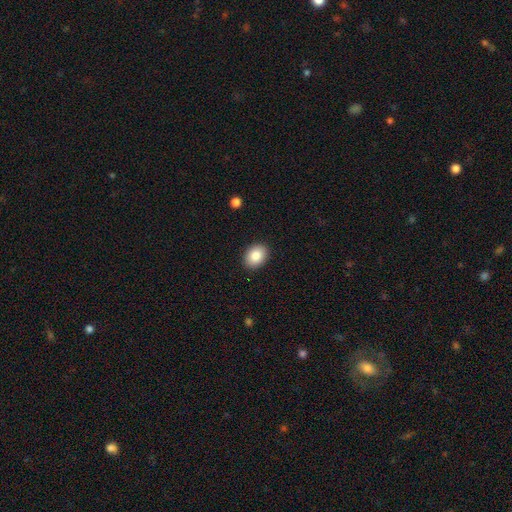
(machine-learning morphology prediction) Smooth or featured?
  - smooth: 86% *
  - star or artifact: 8%
  - featured or disk: 7%
How rounded?
  - in between: 68% *
  - round: 31%
  - cigar-shaped: 1%
Merging?
  - none: 90% *
  - minor disturbance: 7%
  - major disturbance: 2%
  - merger: 1%